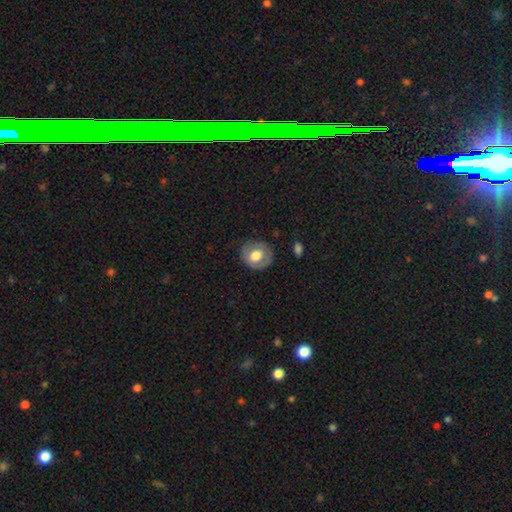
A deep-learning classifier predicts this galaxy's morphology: This is likely a smooth galaxy (63%). How rounded: likely round (74%). Merging: likely none (78%).